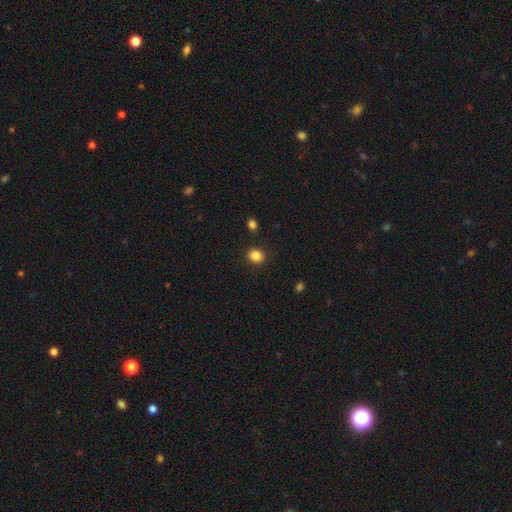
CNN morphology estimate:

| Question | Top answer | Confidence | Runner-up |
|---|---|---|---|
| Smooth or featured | smooth | 86% | star or artifact (10%) |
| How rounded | round | 65% | in between (34%) |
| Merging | none | 89% | minor disturbance (7%) |